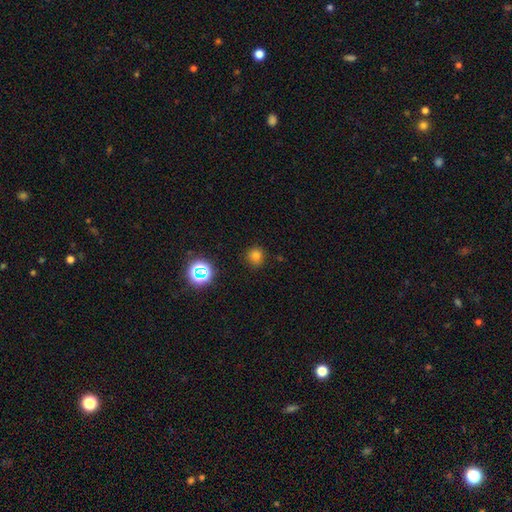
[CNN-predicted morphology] Q: Smooth or featured?
A: smooth (76%); runner-up: star or artifact (19%)
Q: How rounded?
A: round (90%); runner-up: in between (9%)
Q: Merging?
A: none (87%); runner-up: minor disturbance (9%)